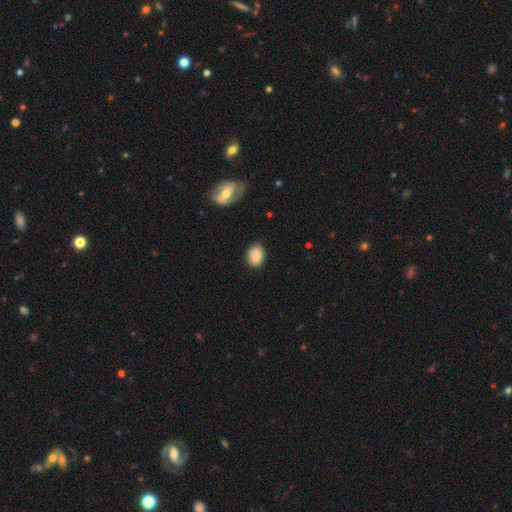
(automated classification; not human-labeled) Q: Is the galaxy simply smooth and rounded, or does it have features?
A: smooth — 83%.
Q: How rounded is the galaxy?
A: in between — 67%.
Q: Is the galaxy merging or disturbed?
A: none — 79%.